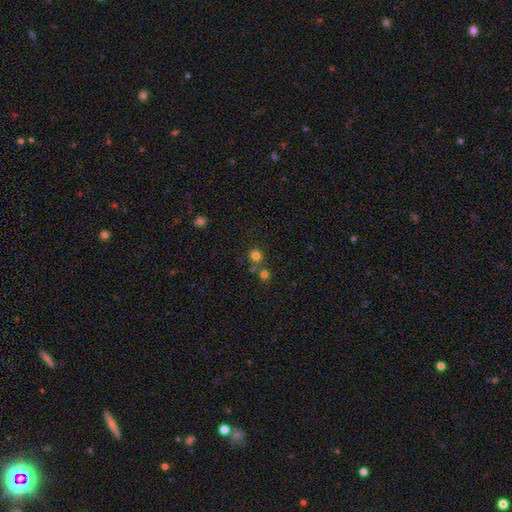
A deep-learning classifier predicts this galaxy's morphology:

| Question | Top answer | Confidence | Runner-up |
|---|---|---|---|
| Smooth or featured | smooth | 75% | star or artifact (18%) |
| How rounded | round | 92% | in between (7%) |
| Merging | none | 67% | merger (23%) |